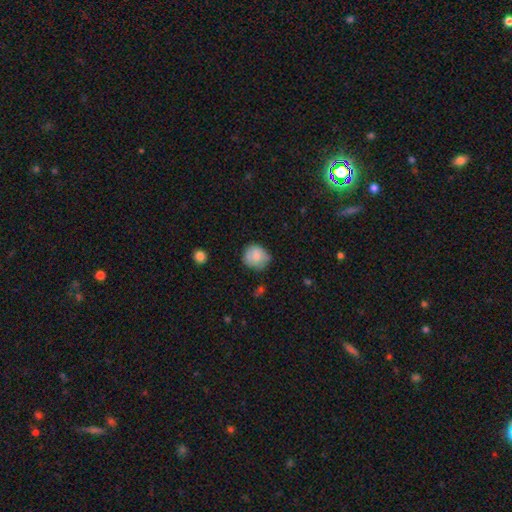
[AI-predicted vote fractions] The model was most divided on "merging": none: 69%, minor disturbance: 24%, major disturbance: 5%, merger: 2%. More confident: how rounded — round (85%); smooth or featured — smooth (79%).